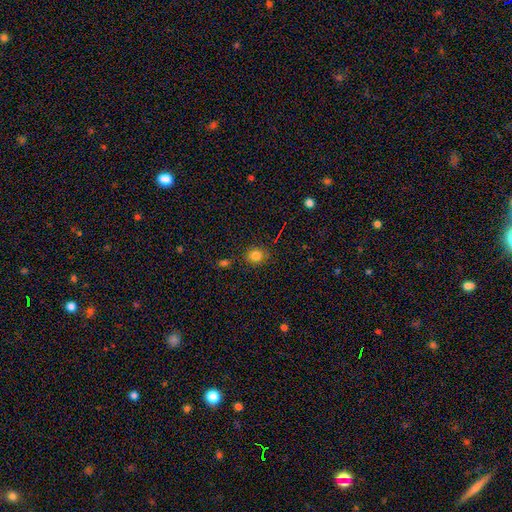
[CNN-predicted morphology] smooth 80%, star or artifact 14%, featured or disk 6%. Down the decision tree: how rounded — round (80%); merging — none (81%).